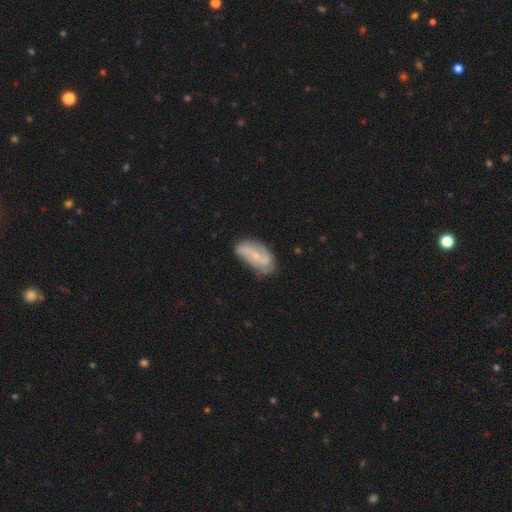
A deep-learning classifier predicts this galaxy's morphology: Smooth or featured: featured or disk — 70% (smooth — 24%)
Edge-on disk: no — 95% (yes — 5%)
Bar: weak — 43% (no — 38%)
Spiral arms: yes — 88% (no — 12%)
Spiral winding: loose — 40% (medium — 38%)
Spiral arm count: 2 — 73% (can't tell — 15%)
Bulge size: small — 67% (moderate — 22%)
Merging: none — 65% (minor disturbance — 25%)